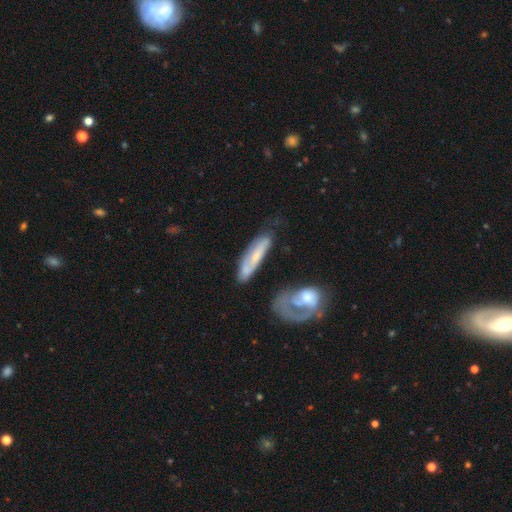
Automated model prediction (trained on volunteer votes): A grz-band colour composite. It shows a featured or disk galaxy (52%). Merging: none (53%).